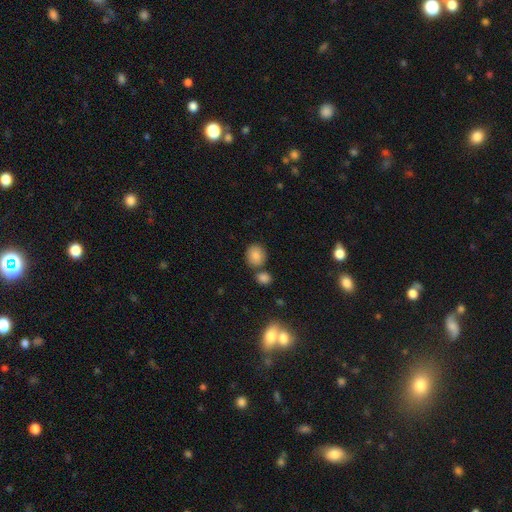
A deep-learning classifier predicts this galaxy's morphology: Smooth or featured?
  - smooth: 84% *
  - star or artifact: 9%
  - featured or disk: 6%
How rounded?
  - round: 71% *
  - in between: 28%
  - cigar-shaped: 1%
Merging?
  - none: 67% *
  - merger: 20%
  - minor disturbance: 10%
  - major disturbance: 3%